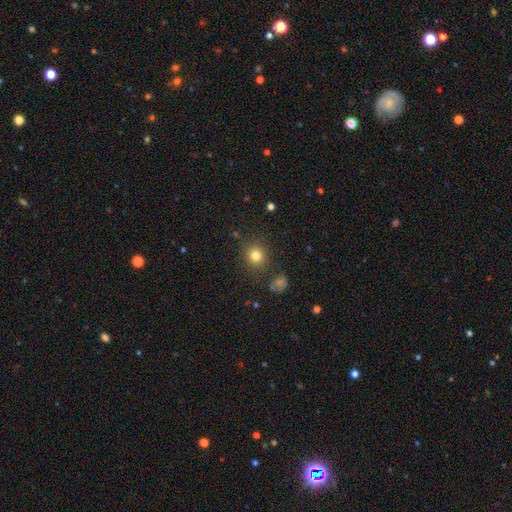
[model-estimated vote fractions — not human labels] smooth 80%, star or artifact 14%, featured or disk 7%. Down the decision tree: how rounded — round (89%); merging — none (85%).